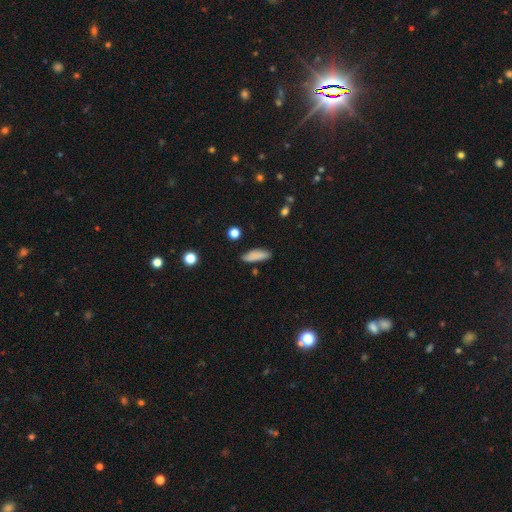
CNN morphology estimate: Smooth or featured? smooth (84%)
How rounded? in between (58%)
Merging? none (76%)